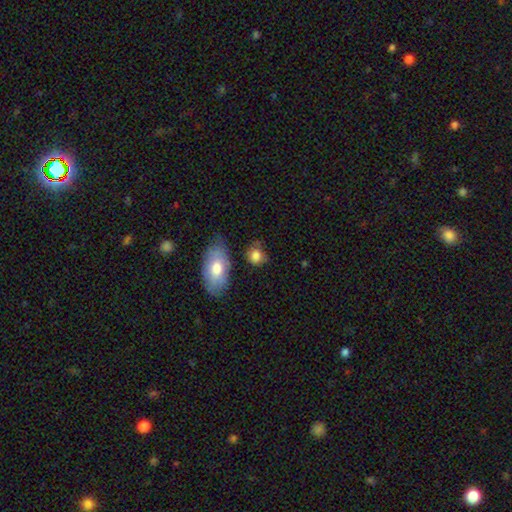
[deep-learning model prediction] This appears to be a smooth galaxy with no disk features (81%) that is round (63%). Merging: none (60%).